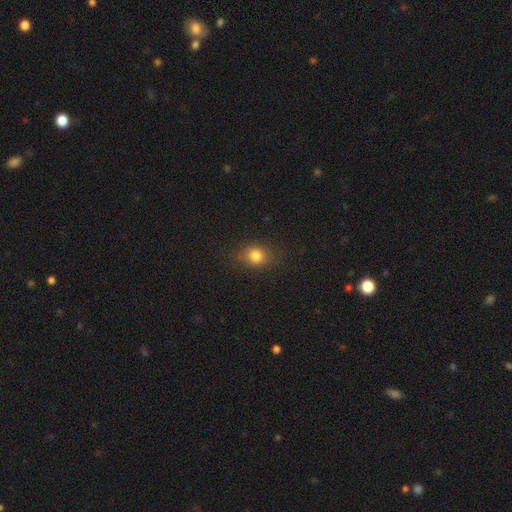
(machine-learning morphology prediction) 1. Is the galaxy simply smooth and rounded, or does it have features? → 81% smooth, 13% star or artifact, 7% featured or disk.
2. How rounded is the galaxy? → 61% round, 38% in between, 1% cigar-shaped.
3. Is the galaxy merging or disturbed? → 83% none, 12% minor disturbance, 4% major disturbance, 1% merger.